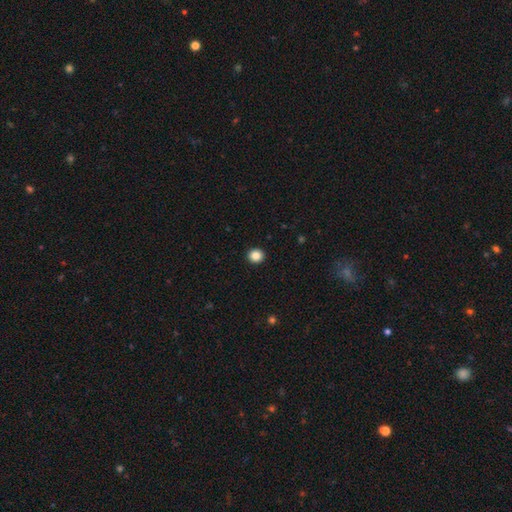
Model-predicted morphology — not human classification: A smooth galaxy with no disk features (86%) that is round (92%).

Vote fractions:
- Smooth or featured? smooth: 86% / star or artifact: 10% / featured or disk: 4%
- How rounded? round: 92% / in between: 7% / cigar-shaped: 1%
- Merging? none: 94% / minor disturbance: 4% / major disturbance: 1% / merger: 1%